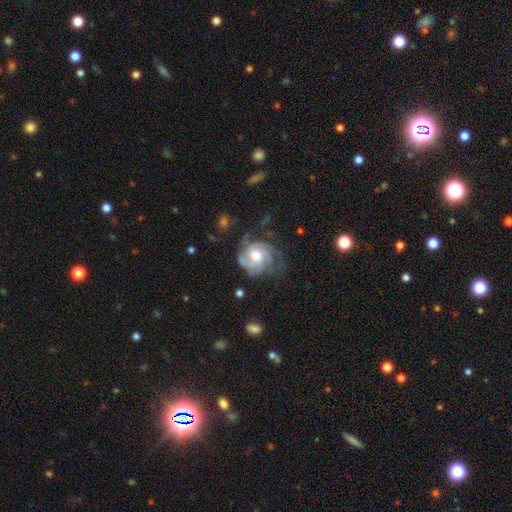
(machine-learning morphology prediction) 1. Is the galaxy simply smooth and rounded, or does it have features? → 78% featured or disk, 15% smooth, 7% star or artifact.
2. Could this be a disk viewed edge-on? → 98% no, 2% yes.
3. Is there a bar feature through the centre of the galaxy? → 70% no, 26% weak, 4% strong.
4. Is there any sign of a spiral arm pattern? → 94% yes, 6% no.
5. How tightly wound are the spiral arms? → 53% tight, 36% medium, 11% loose.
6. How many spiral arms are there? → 32% 3, 28% can't tell, 19% 2, 10% 4, 6% 1, 5% more than 4.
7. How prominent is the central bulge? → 61% moderate, 27% large, 9% small, 2% none, 2% dominant.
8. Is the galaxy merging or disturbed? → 58% none, 22% minor disturbance, 18% major disturbance, 2% merger.